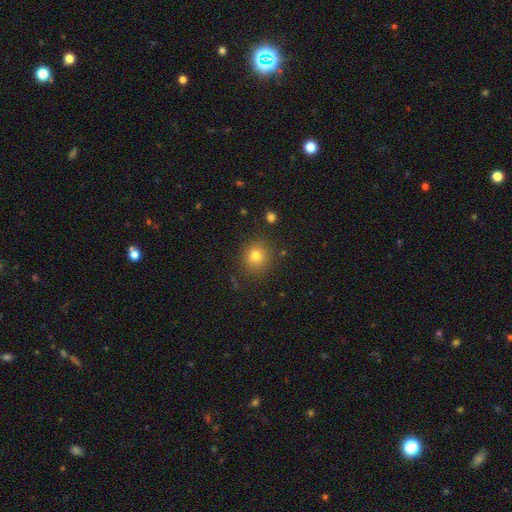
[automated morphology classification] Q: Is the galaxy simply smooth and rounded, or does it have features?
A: smooth — 78%.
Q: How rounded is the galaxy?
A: round — 85%.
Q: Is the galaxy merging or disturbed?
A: none — 86%.